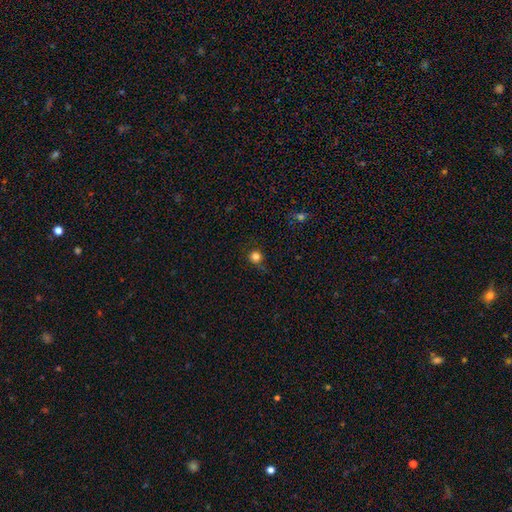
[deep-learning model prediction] A smooth galaxy with no disk features (80%) that is round (93%).

Vote fractions:
- Smooth or featured? smooth: 80% / star or artifact: 15% / featured or disk: 5%
- How rounded? round: 93% / in between: 6% / cigar-shaped: 1%
- Merging? none: 77% / minor disturbance: 16% / major disturbance: 6% / merger: 2%